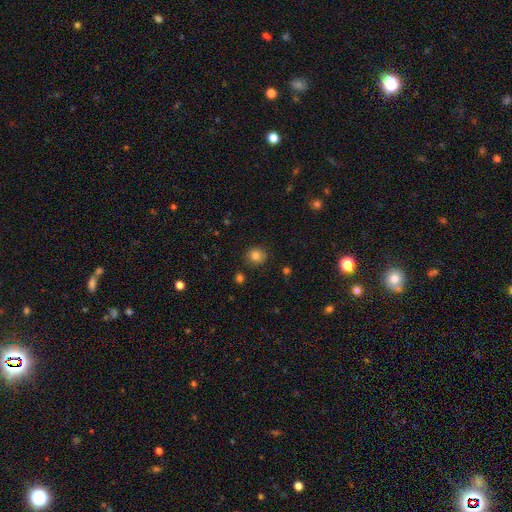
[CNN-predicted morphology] The model was most divided on "smooth or featured": smooth: 82%, star or artifact: 11%, featured or disk: 6%. More confident: merging — none (88%); how rounded — round (85%).